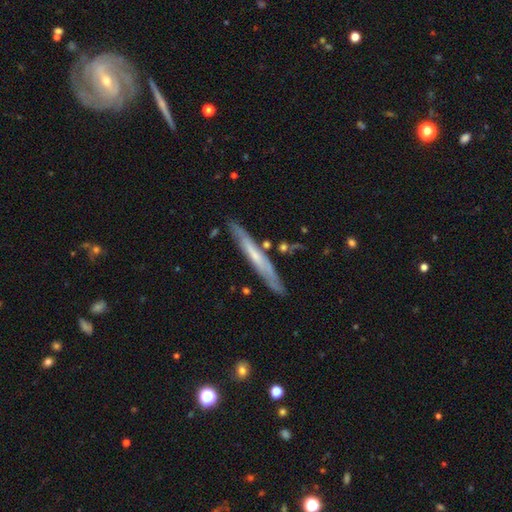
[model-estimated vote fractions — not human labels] A featured or disk galaxy (57%) viewed edge-on (84%). Merging: none (80%).